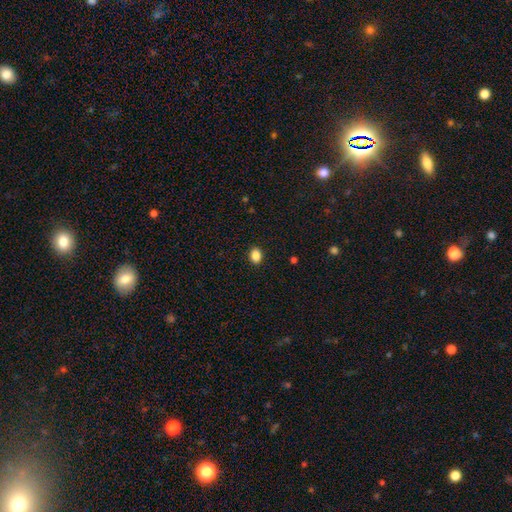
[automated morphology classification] The model was most divided on "how rounded": in between: 71%, round: 28%, cigar-shaped: 1%. More confident: merging — none (91%); smooth or featured — smooth (87%).